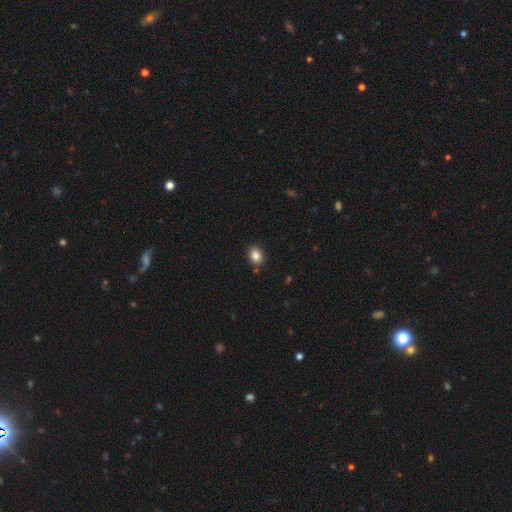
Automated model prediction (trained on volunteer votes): A smooth galaxy with no disk features (85%) that is round (55%). Merging: none (87%).